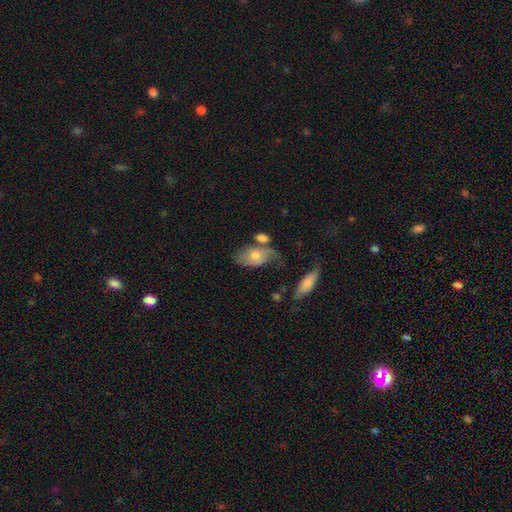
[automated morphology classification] type=smooth (56%); roundness=in between (88%); merging=none (43%).